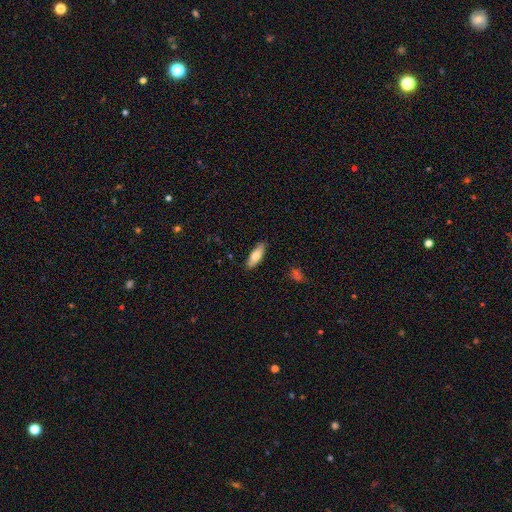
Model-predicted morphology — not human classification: smooth_or_featured: smooth (p=0.75) [alt: featured or disk p=0.19]
how_rounded: in between (p=0.62) [alt: cigar-shaped p=0.36]
merging: none (p=0.87) [alt: minor disturbance p=0.10]